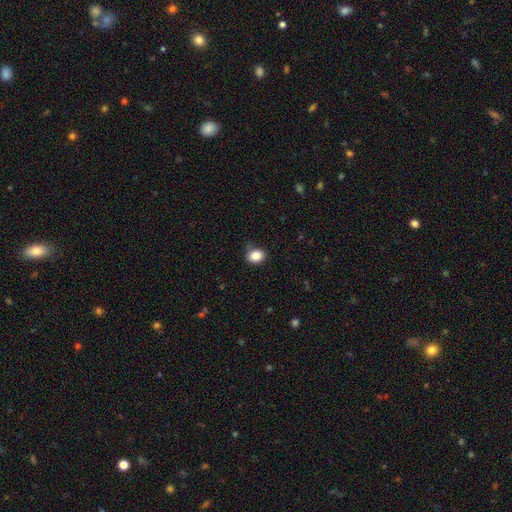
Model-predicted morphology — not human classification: Smooth or featured: smooth — 87% (star or artifact — 9%)
How rounded: round — 50% (in between — 49%)
Merging: none — 80% (minor disturbance — 15%)